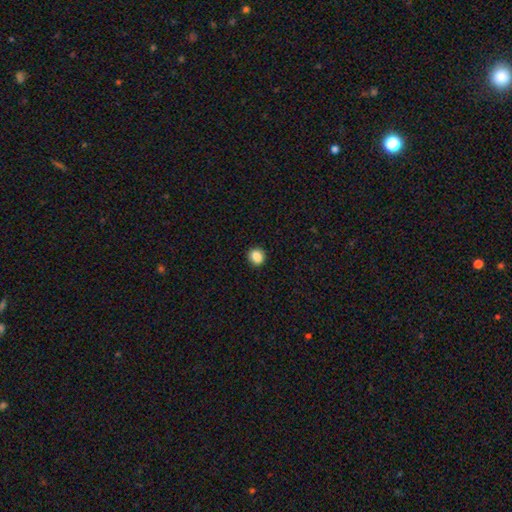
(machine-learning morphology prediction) This appears to be a smooth galaxy with no disk features (86%) that is round (80%). Merging: none (88%).